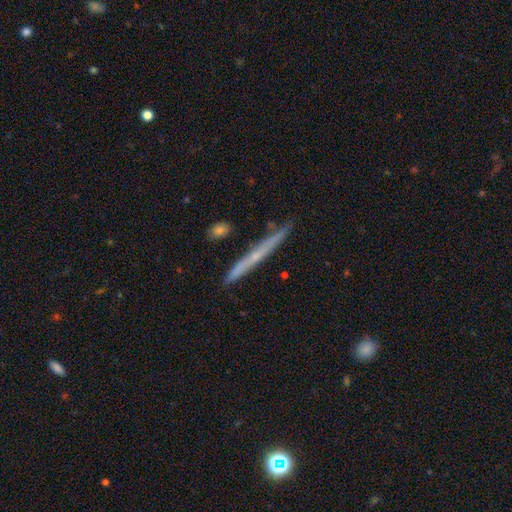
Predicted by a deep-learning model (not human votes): Smooth or featured? featured or disk (58%)
Edge-on disk? yes (96%)
Edge-on bulge? none (67%)
Merging? none (84%)